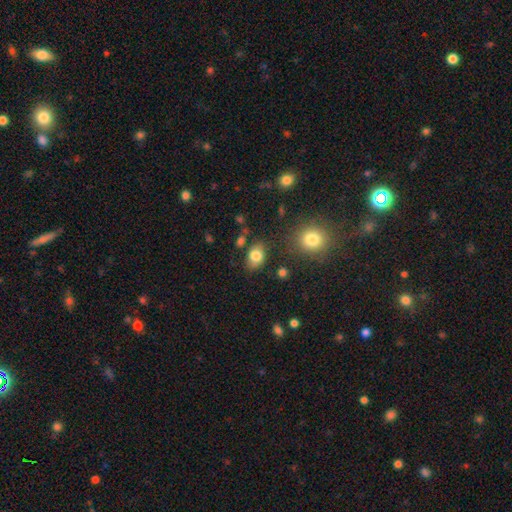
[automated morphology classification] smooth_or_featured: smooth (p=0.81) [alt: featured or disk p=0.10]
how_rounded: in between (p=0.77) [alt: round p=0.22]
merging: none (p=0.78) [alt: minor disturbance p=0.14]